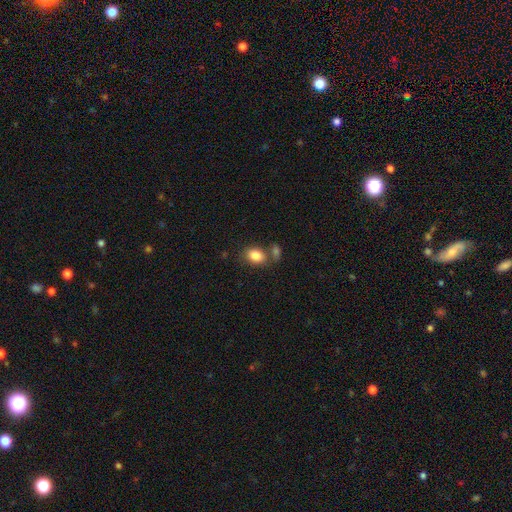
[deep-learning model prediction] Smooth or featured?
  - smooth: 86% *
  - star or artifact: 8%
  - featured or disk: 6%
How rounded?
  - in between: 74% *
  - round: 25%
  - cigar-shaped: 1%
Merging?
  - none: 57% *
  - merger: 25%
  - minor disturbance: 13%
  - major disturbance: 5%